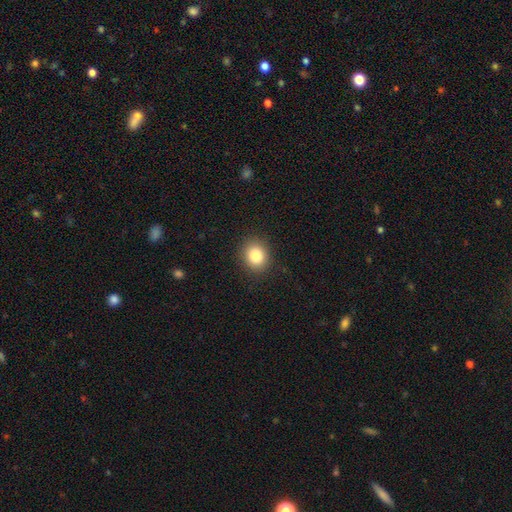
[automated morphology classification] Smooth or featured? smooth (86%)
How rounded? round (61%)
Merging? none (88%)